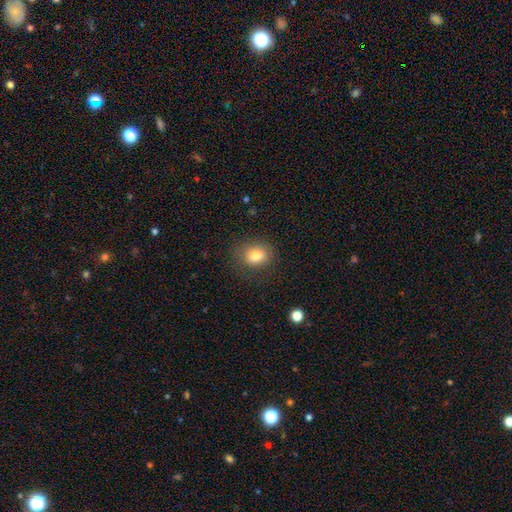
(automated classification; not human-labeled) This is clearly a smooth galaxy (80%). How rounded: possibly round (57%). Merging: likely none (79%).